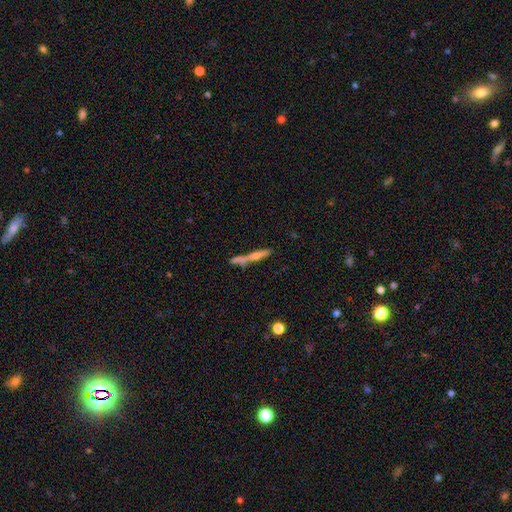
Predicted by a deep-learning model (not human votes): Smooth or featured? Predicted: featured or disk (p=0.48). Merging? Predicted: none (p=0.51).